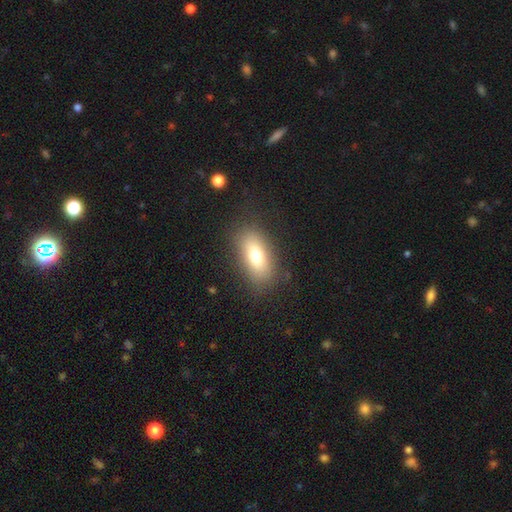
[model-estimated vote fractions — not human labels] Smooth or featured? Predicted: smooth (p=0.74). How rounded? Predicted: in between (p=0.85). Merging? Predicted: none (p=0.83).